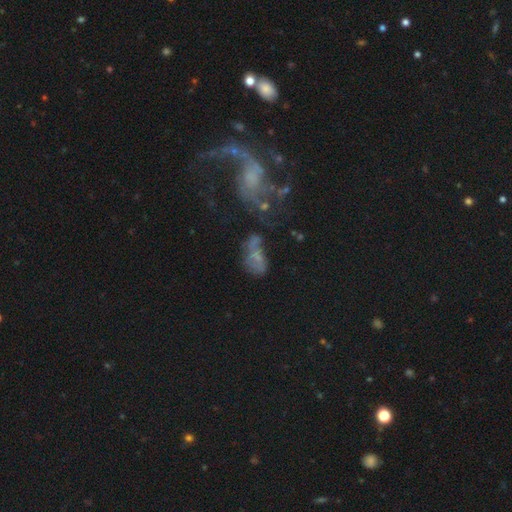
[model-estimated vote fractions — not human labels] Morphology: type=featured or disk (46%); merging=none (29%).